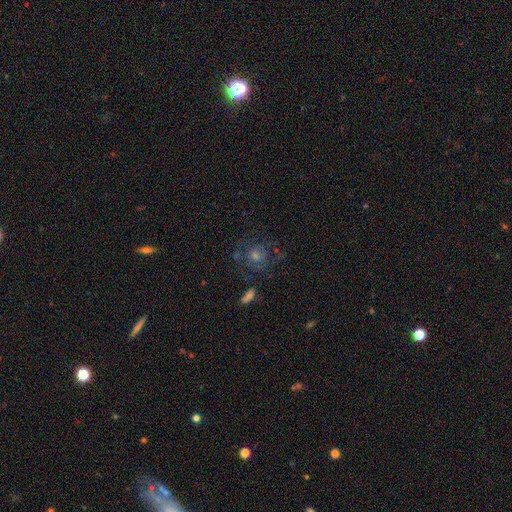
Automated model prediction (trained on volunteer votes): Morphology: type=featured or disk (49%); merging=none (68%).